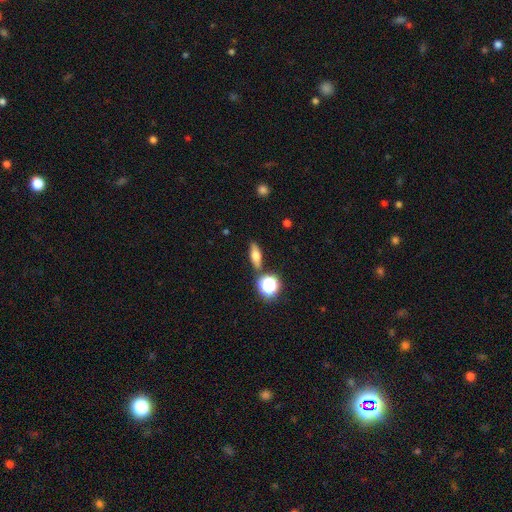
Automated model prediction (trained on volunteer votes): Overall: smooth (57%; featured or disk 30%). How rounded: in between (51%; cigar-shaped 33%). Merging: none (82%).